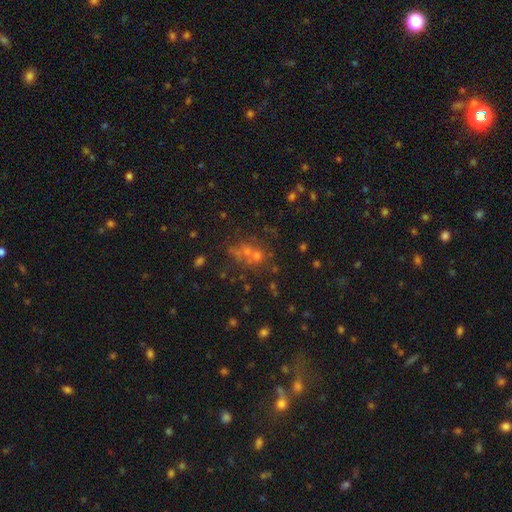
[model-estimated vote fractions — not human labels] smooth 40%, star or artifact 39%, featured or disk 21%. Down the decision tree: merging — none (49%).